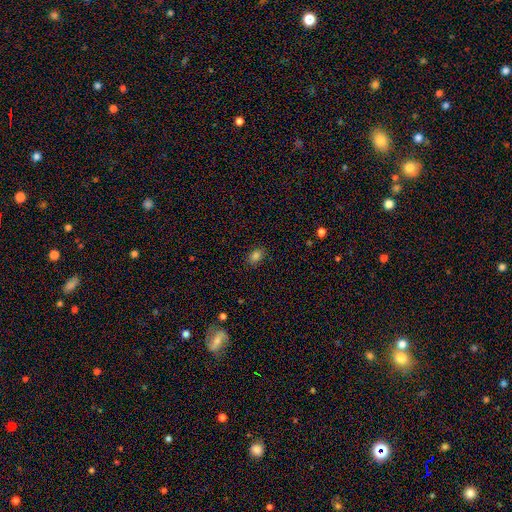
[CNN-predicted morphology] smooth-or-featured: smooth: 83% | star or artifact: 13% | featured or disk: 4%
  how-rounded: in between: 78% | round: 20% | cigar-shaped: 1%
  merging: none: 86% | minor disturbance: 11% | major disturbance: 3% | merger: 1%